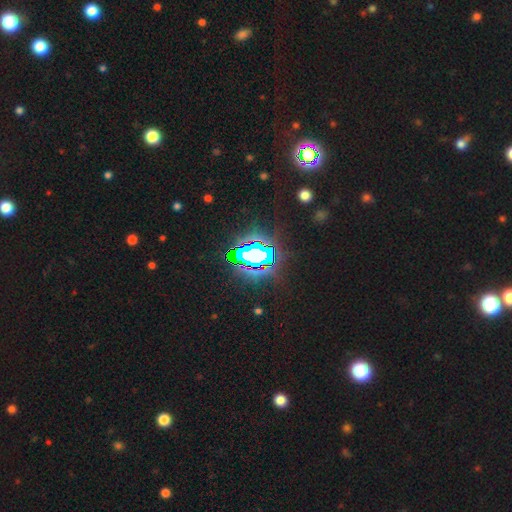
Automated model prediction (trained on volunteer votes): smooth-or-featured: star or artifact: 74% | smooth: 14% | featured or disk: 12%